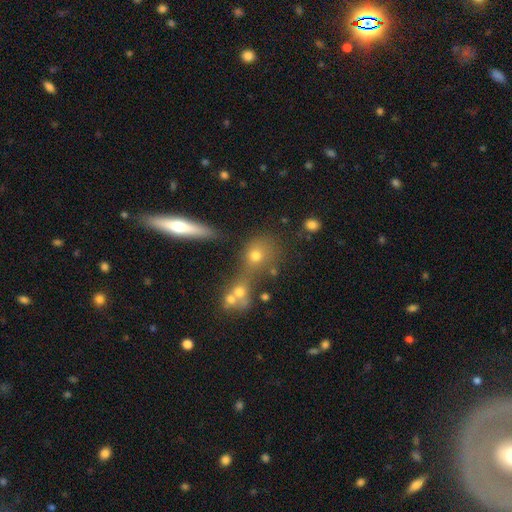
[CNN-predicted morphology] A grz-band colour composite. It shows a smooth galaxy with no disk features (65%) that is round (67%). Merging: none (43%).